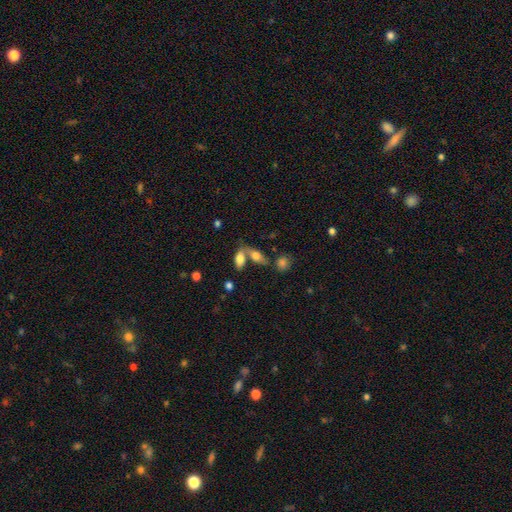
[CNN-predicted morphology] The model was most divided on "merging": merger: 43%, none: 42%, minor disturbance: 10%, major disturbance: 5%. More confident: how rounded — in between (78%); smooth or featured — smooth (71%).